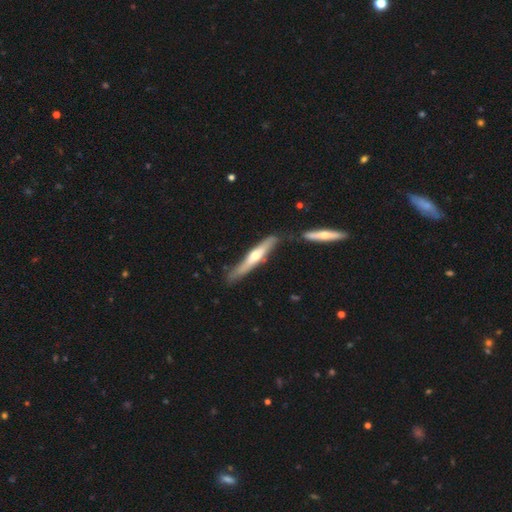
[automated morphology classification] A featured or disk galaxy (58%) viewed edge-on (90%) with a rounded central bulge (86%). Merging: none (71%).